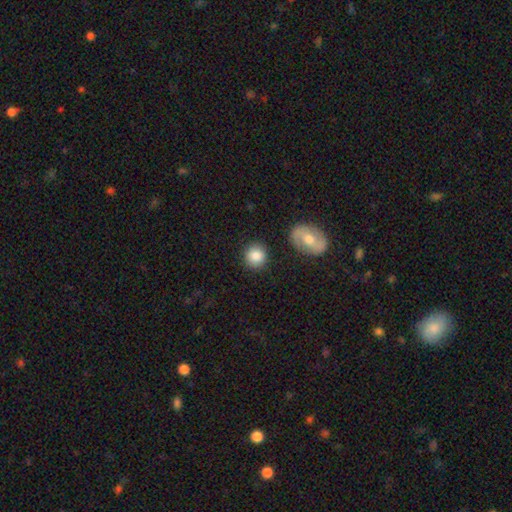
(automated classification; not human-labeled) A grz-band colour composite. It shows a smooth galaxy with no disk features (85%) that is round (87%). Merging: none (86%).